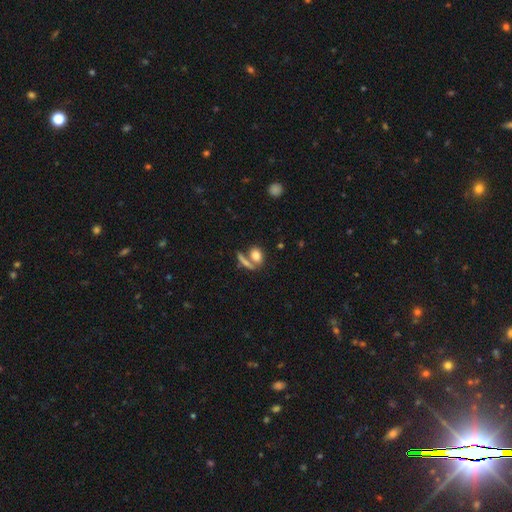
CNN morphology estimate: smooth-or-featured: smooth: 78% | featured or disk: 12% | star or artifact: 10%
  how-rounded: in between: 59% | round: 33% | cigar-shaped: 8%
  merging: none: 51% | merger: 34% | minor disturbance: 10% | major disturbance: 5%